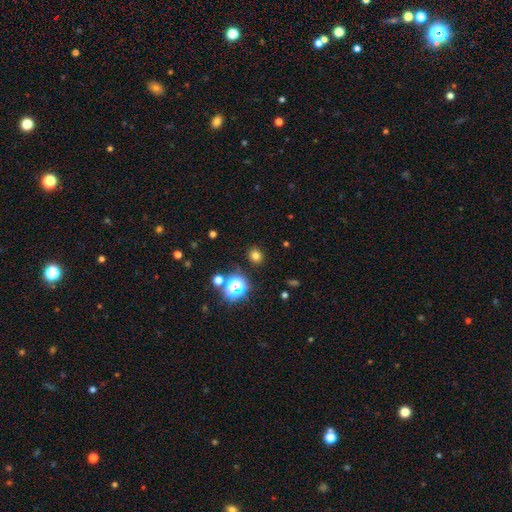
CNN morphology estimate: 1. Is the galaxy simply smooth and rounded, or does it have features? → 72% smooth, 22% star or artifact, 6% featured or disk.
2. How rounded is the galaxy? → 81% round, 18% in between, 1% cigar-shaped.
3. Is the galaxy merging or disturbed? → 88% none, 7% minor disturbance, 3% major disturbance, 2% merger.